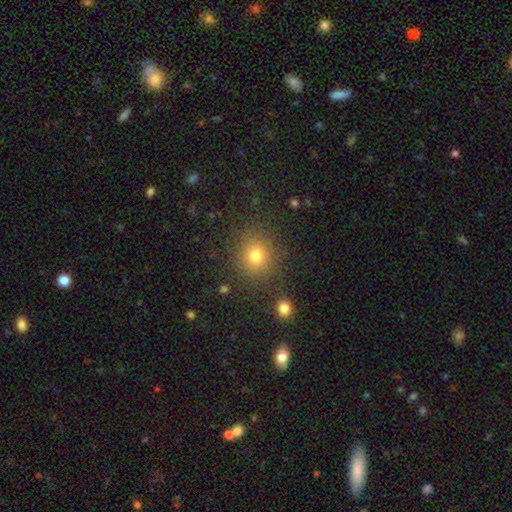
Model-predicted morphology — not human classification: This is likely a smooth galaxy (76%). How rounded: clearly round (84%). Merging: clearly none (85%).